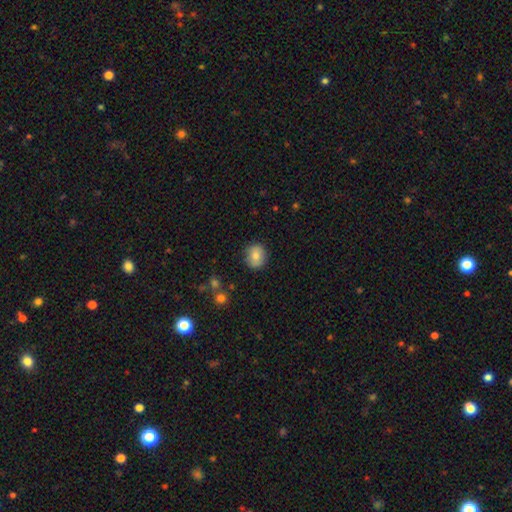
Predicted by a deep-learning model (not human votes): smooth 81%, featured or disk 11%, star or artifact 8%. Down the decision tree: how rounded — round (79%); merging — none (86%).